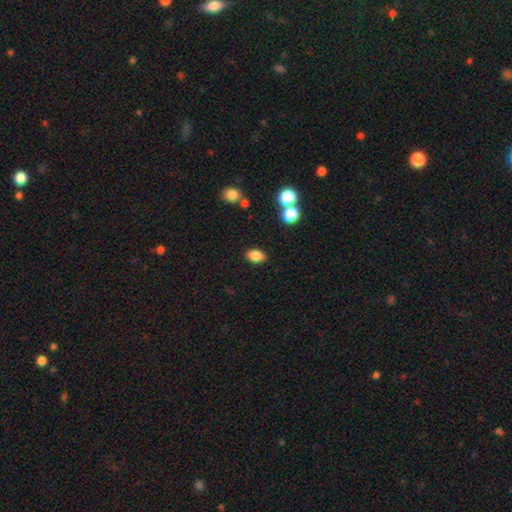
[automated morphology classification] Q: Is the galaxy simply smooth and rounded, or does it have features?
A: smooth — 84%.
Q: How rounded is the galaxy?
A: in between — 85%.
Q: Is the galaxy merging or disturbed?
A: none — 86%.